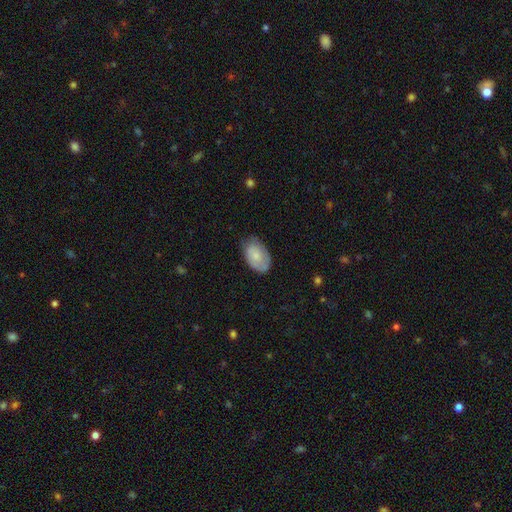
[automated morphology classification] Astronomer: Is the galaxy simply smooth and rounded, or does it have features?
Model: smooth — 67%.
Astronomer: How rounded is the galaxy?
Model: in between — 92%.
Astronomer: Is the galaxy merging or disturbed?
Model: none — 67%.